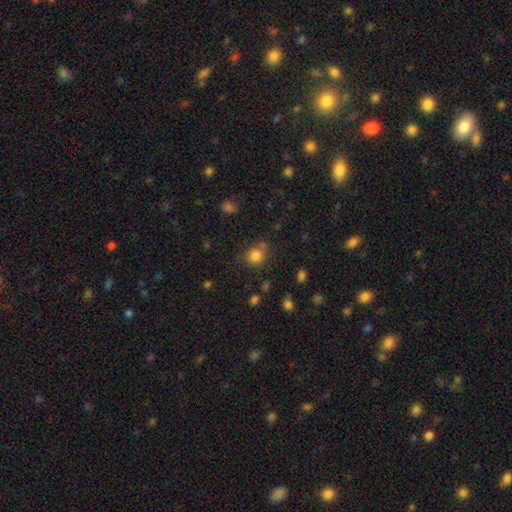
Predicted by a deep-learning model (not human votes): Overall: smooth (81%). How rounded: round (81%). Merging: none (68%).